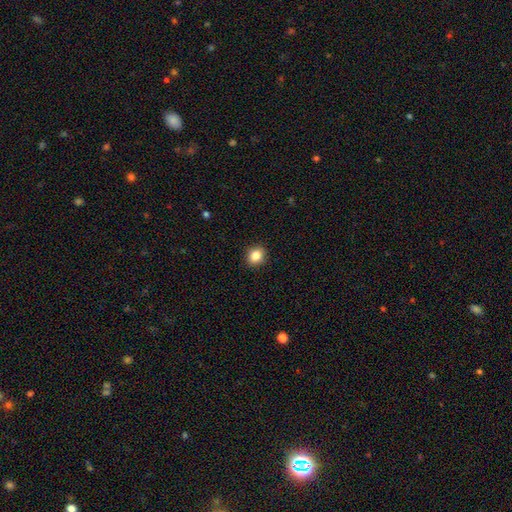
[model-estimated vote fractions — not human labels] smooth 85%, star or artifact 10%, featured or disk 5%. Down the decision tree: how rounded — round (71%); merging — none (91%).